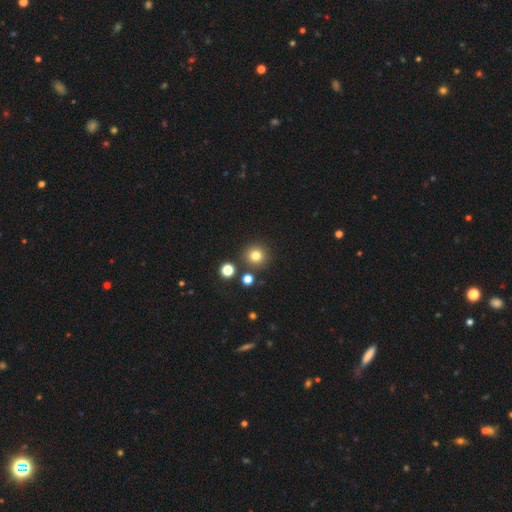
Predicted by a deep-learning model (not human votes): Smooth or featured?
  - smooth: 79% *
  - star or artifact: 14%
  - featured or disk: 7%
How rounded?
  - round: 94% *
  - in between: 5%
  - cigar-shaped: 1%
Merging?
  - none: 85% *
  - minor disturbance: 6%
  - merger: 6%
  - major disturbance: 2%